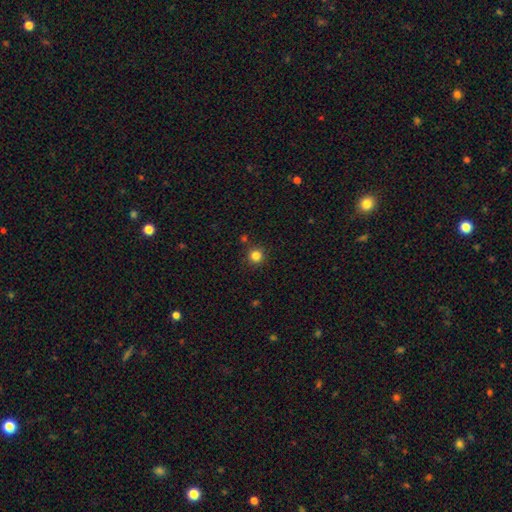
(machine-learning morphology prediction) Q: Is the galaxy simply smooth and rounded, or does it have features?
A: smooth — 83%.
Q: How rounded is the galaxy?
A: round — 95%.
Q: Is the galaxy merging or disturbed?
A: none — 88%.